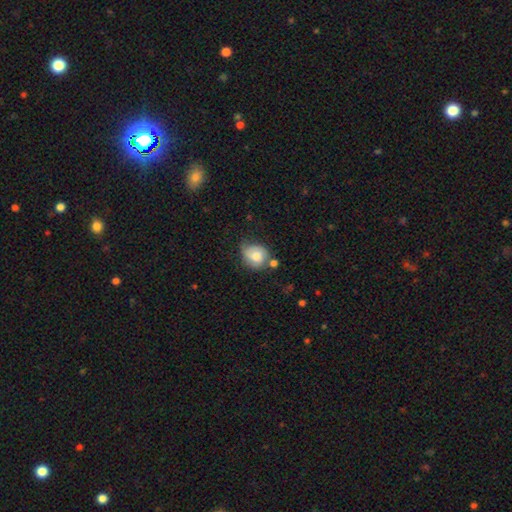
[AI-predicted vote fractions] smooth 75%, featured or disk 17%, star or artifact 8%. Down the decision tree: how rounded — round (65%); merging — none (44%).